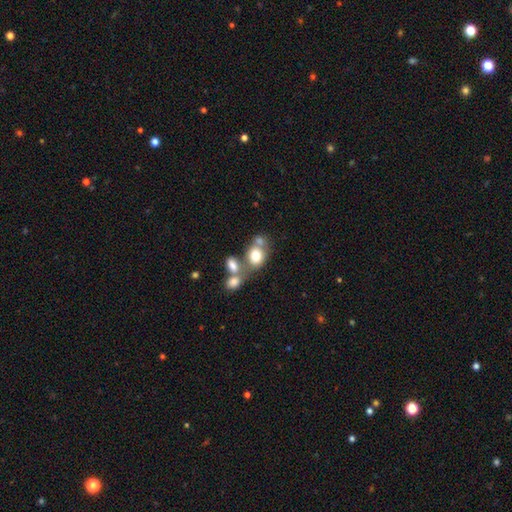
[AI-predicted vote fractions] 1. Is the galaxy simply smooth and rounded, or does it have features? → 73% smooth, 17% featured or disk, 10% star or artifact.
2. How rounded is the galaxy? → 54% in between, 45% round, 1% cigar-shaped.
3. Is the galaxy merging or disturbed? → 48% merger, 36% none, 10% minor disturbance, 6% major disturbance.